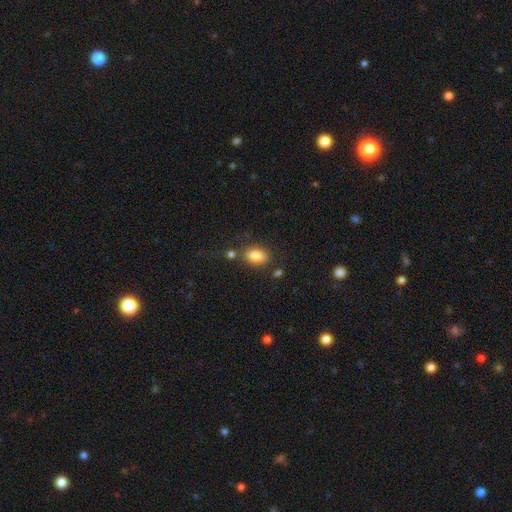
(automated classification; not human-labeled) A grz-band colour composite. It shows a smooth galaxy with no disk features (84%) that is in between round and cigar-shaped (80%). Merging: none (74%).